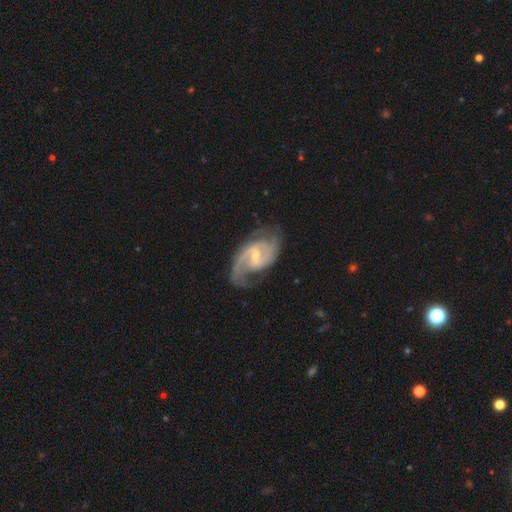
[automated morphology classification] Smooth or featured: featured or disk — 90% (smooth — 6%)
Edge-on disk: no — 97% (yes — 3%)
Bar: weak — 55% (strong — 23%)
Spiral arms: yes — 97% (no — 3%)
Spiral winding: medium — 54% (loose — 25%)
Spiral arm count: 2 — 80% (can't tell — 7%)
Bulge size: small — 65% (moderate — 31%)
Merging: none — 66% (minor disturbance — 20%)